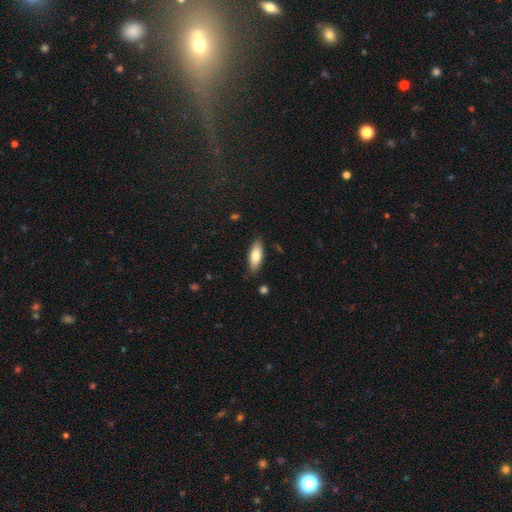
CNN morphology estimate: Smooth or featured?
  - smooth: 79% *
  - featured or disk: 15%
  - star or artifact: 6%
How rounded?
  - in between: 70% *
  - cigar-shaped: 28%
  - round: 2%
Merging?
  - none: 84% *
  - minor disturbance: 12%
  - major disturbance: 2%
  - merger: 1%